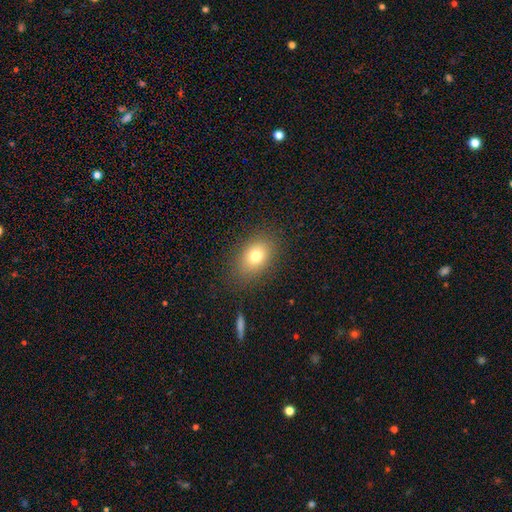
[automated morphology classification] A smooth galaxy with no disk features (77%) that is in between round and cigar-shaped (75%).

Vote fractions:
- Smooth or featured? smooth: 77% / featured or disk: 12% / star or artifact: 11%
- How rounded? in between: 75% / round: 23% / cigar-shaped: 1%
- Merging? none: 84% / minor disturbance: 10% / major disturbance: 4% / merger: 1%